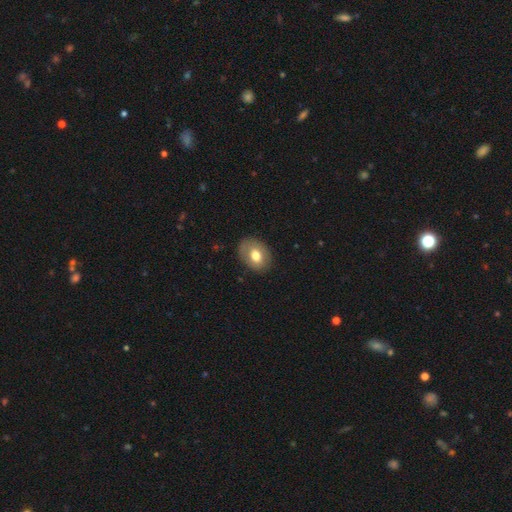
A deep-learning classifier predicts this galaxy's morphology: A smooth galaxy with no disk features (70%) that is in between round and cigar-shaped (71%).

Vote fractions:
- Smooth or featured? smooth: 70% / featured or disk: 23% / star or artifact: 7%
- How rounded? in between: 71% / round: 28% / cigar-shaped: 1%
- Merging? none: 82% / minor disturbance: 13% / major disturbance: 4% / merger: 1%